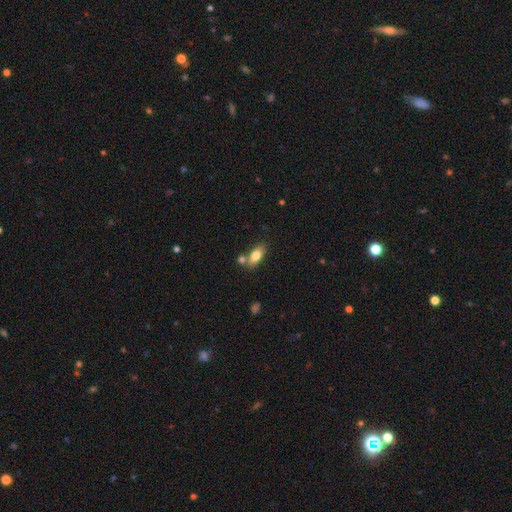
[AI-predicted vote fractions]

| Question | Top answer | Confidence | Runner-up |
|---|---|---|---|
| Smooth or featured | smooth | 77% | featured or disk (16%) |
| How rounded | in between | 83% | cigar-shaped (12%) |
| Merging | none | 64% | merger (20%) |